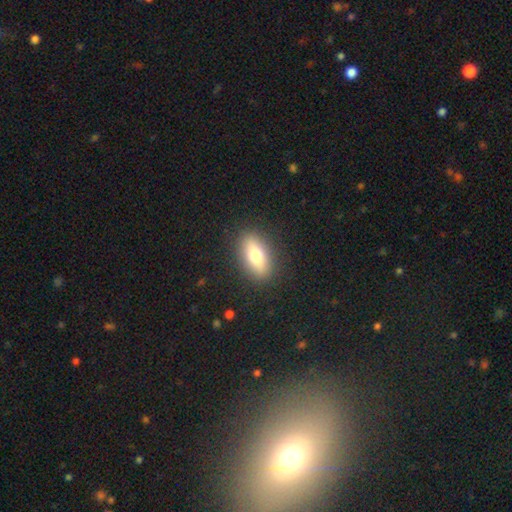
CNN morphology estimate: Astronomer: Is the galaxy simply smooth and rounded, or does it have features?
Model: smooth — 69%.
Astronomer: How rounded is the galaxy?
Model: in between — 80%.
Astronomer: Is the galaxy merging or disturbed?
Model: none — 87%.